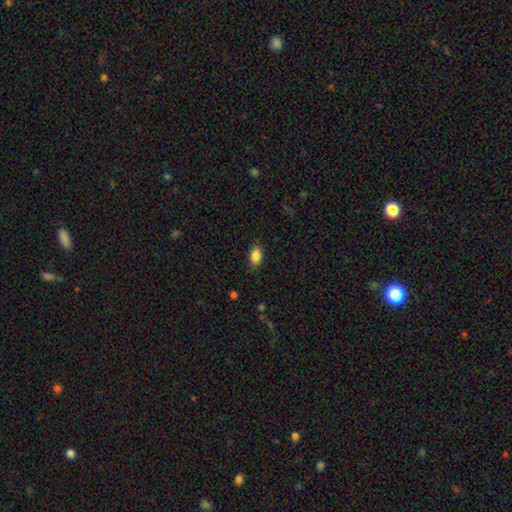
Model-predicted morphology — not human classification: type=smooth (86%); roundness=in between (89%); merging=none (85%).